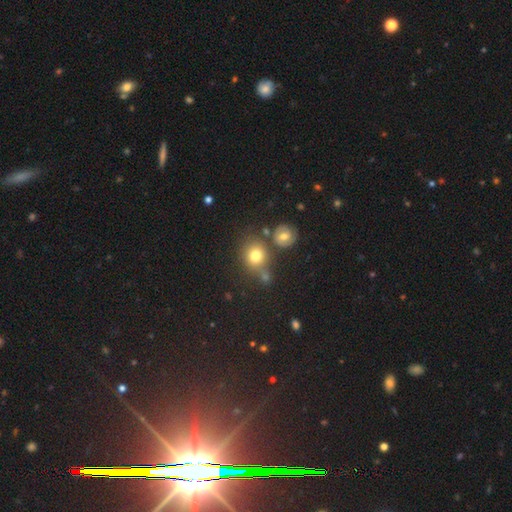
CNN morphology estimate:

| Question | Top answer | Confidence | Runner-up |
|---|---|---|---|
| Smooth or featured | smooth | 75% | star or artifact (13%) |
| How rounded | round | 80% | in between (18%) |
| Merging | none | 61% | merger (20%) |